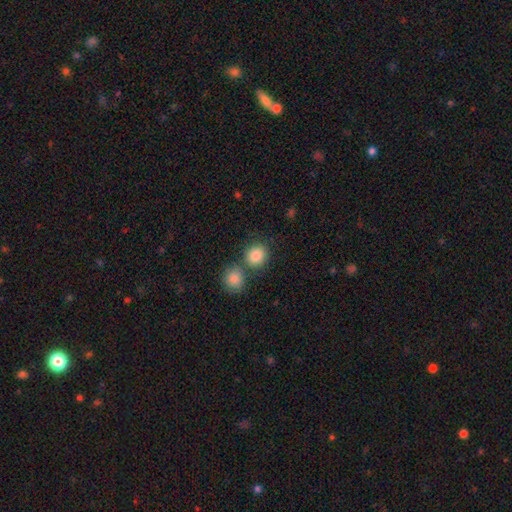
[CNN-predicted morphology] Smooth or featured: smooth — 86% (star or artifact — 9%)
How rounded: round — 80% (in between — 19%)
Merging: none — 63% (merger — 25%)